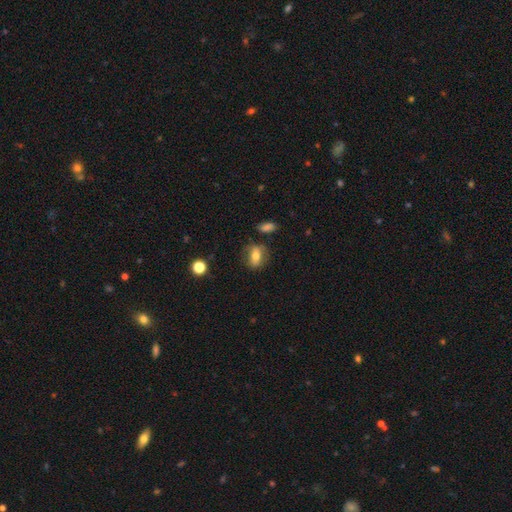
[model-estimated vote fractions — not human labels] smooth-or-featured: smooth: 62% | featured or disk: 29% | star or artifact: 9%
  how-rounded: in between: 68% | round: 26% | cigar-shaped: 6%
  merging: none: 69% | minor disturbance: 20% | major disturbance: 7% | merger: 4%